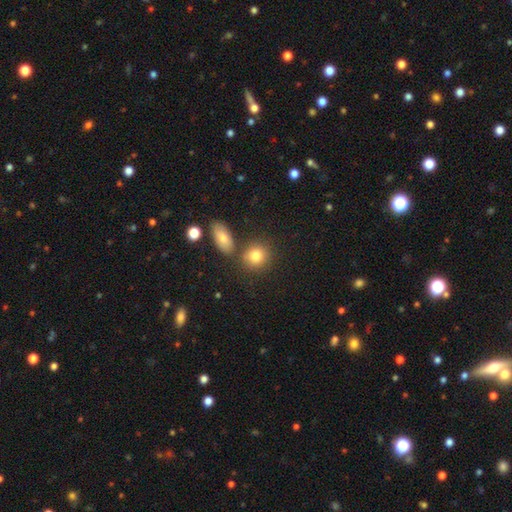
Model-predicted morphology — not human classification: Smooth or featured?
  - smooth: 82% *
  - star or artifact: 10%
  - featured or disk: 9%
How rounded?
  - round: 75% *
  - in between: 23%
  - cigar-shaped: 2%
Merging?
  - none: 71% *
  - merger: 15%
  - minor disturbance: 10%
  - major disturbance: 4%